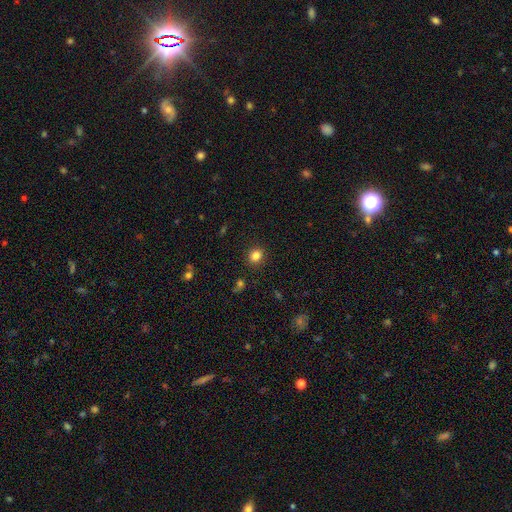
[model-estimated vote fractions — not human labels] Smooth or featured? Predicted: smooth (p=0.83). How rounded? Predicted: round (p=0.78). Merging? Predicted: none (p=0.90).